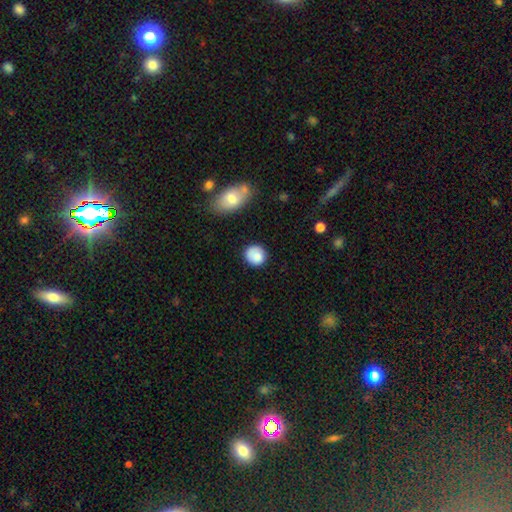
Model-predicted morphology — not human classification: smooth 83%, featured or disk 9%, star or artifact 8%. Down the decision tree: how rounded — round (83%); merging — none (75%).